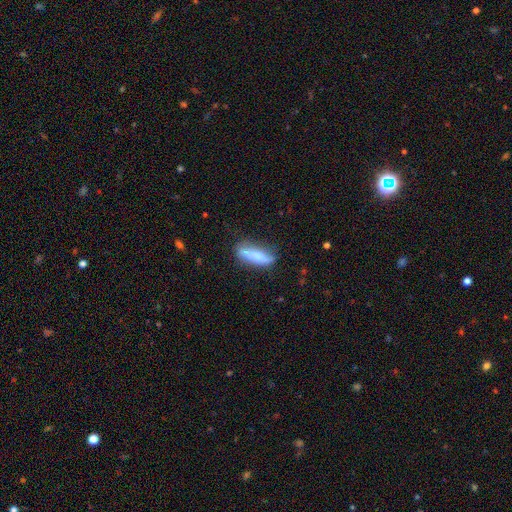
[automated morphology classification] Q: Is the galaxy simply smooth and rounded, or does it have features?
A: smooth — 70%.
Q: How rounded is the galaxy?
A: cigar-shaped — 66%.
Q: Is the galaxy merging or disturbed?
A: none — 69%.